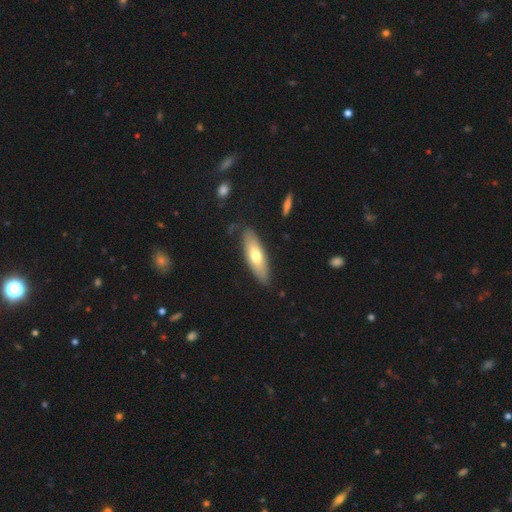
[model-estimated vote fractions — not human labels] Morphology: type=smooth (62%); roundness=in between (55%); merging=none (79%).